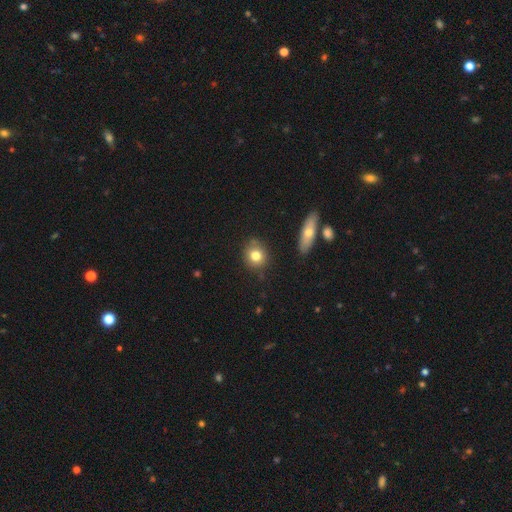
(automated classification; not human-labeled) smooth-or-featured: smooth: 80% | featured or disk: 11% | star or artifact: 9%
  how-rounded: round: 79% | in between: 20% | cigar-shaped: 2%
  merging: none: 81% | minor disturbance: 12% | merger: 4% | major disturbance: 3%